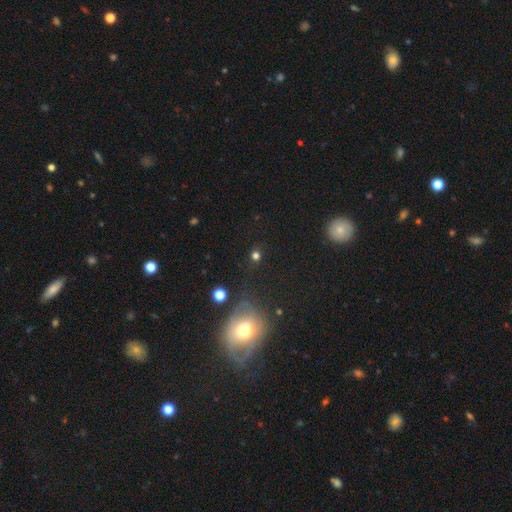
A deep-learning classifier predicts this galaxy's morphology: The model was most divided on "smooth or featured": smooth: 65%, star or artifact: 26%, featured or disk: 8%. More confident: how rounded — round (84%); merging — none (78%).